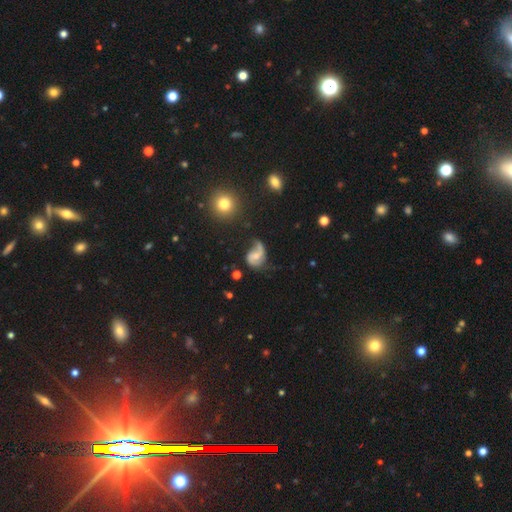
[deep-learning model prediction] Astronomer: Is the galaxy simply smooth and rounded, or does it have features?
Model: featured or disk — 77%.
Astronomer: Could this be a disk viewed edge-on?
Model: no — 98%.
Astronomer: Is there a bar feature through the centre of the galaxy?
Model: no — 52% (runner-up: weak, 39%).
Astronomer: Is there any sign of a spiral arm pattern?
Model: yes — 92%.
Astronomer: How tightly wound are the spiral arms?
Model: loose — 55% (runner-up: medium, 35%).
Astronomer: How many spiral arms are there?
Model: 2 — 66%.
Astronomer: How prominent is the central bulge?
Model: small — 50% (runner-up: moderate, 38%).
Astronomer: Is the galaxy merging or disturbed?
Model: none — 42% (runner-up: major disturbance, 27%).